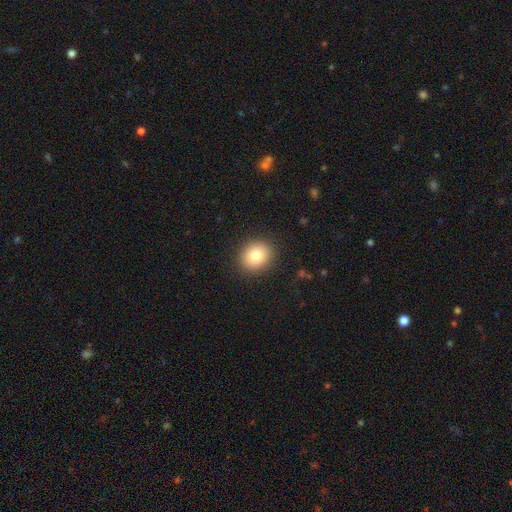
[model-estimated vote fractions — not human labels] smooth 81%, star or artifact 10%, featured or disk 9%. Down the decision tree: how rounded — round (73%); merging — none (90%).